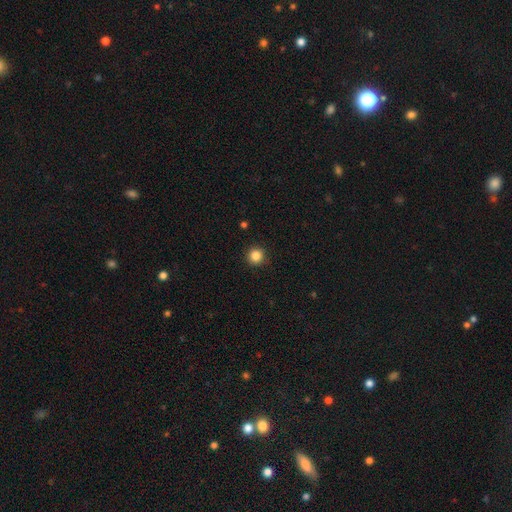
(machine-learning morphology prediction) smooth-or-featured: smooth: 85% | star or artifact: 11% | featured or disk: 4%
  how-rounded: round: 95% | in between: 4% | cigar-shaped: 1%
  merging: none: 92% | minor disturbance: 5% | major disturbance: 2% | merger: 1%